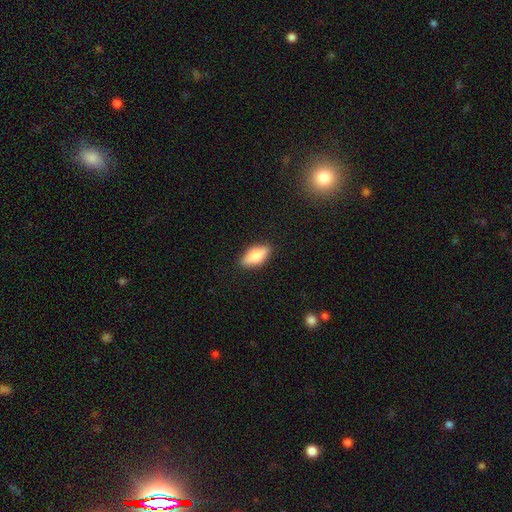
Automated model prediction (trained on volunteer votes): This is likely a smooth galaxy (76%). How rounded: likely in between (79%). Merging: clearly none (87%).